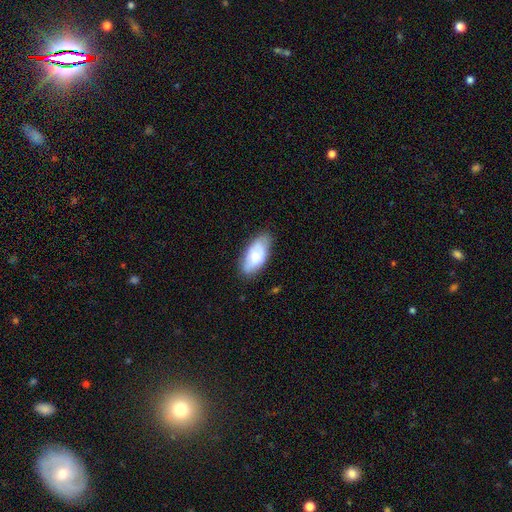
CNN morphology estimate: Q: Smooth or featured?
A: smooth (74%); runner-up: featured or disk (20%)
Q: How rounded?
A: in between (91%); runner-up: cigar-shaped (6%)
Q: Merging?
A: none (71%); runner-up: minor disturbance (22%)